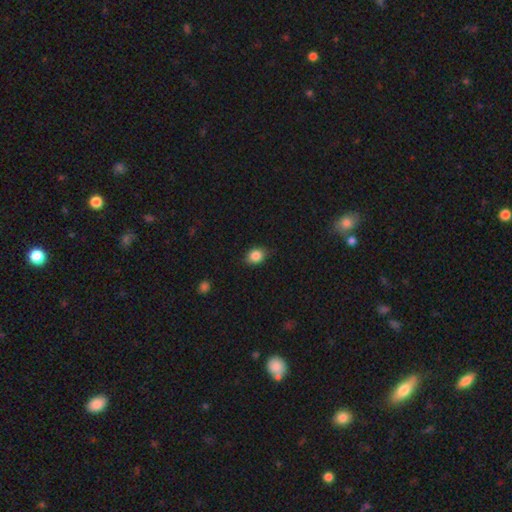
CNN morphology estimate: smooth-or-featured: smooth: 86% | star or artifact: 9% | featured or disk: 5%
  how-rounded: in between: 49% (tied) | round: 49% (tied) | cigar-shaped: 1%
  merging: none: 81% | minor disturbance: 15% | major disturbance: 3% | merger: 1%